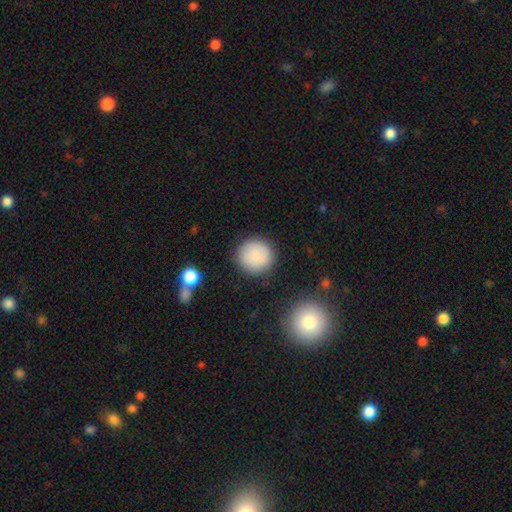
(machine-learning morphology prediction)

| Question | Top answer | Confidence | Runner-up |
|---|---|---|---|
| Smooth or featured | smooth | 85% | star or artifact (8%) |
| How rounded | round | 94% | in between (5%) |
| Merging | none | 88% | minor disturbance (8%) |